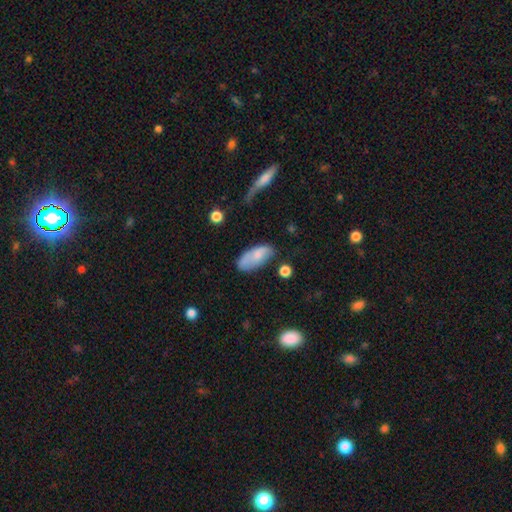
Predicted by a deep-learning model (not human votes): The model was most divided on "merging": none: 48%, minor disturbance: 32%, major disturbance: 13%, merger: 7%. More confident: how rounded — in between (90%); smooth or featured — smooth (72%).